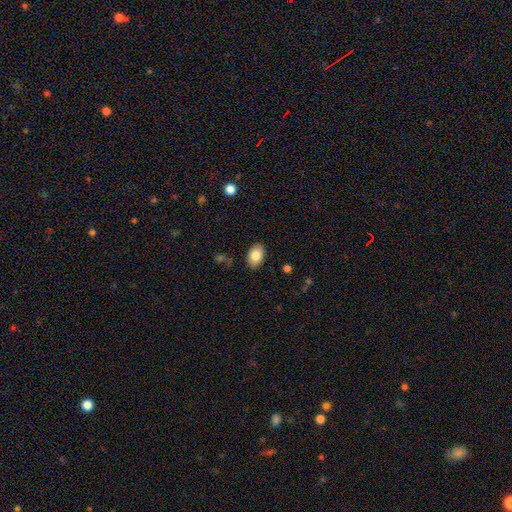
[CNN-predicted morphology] This is clearly a smooth galaxy (84%). How rounded: clearly in between (83%). Merging: clearly none (87%).